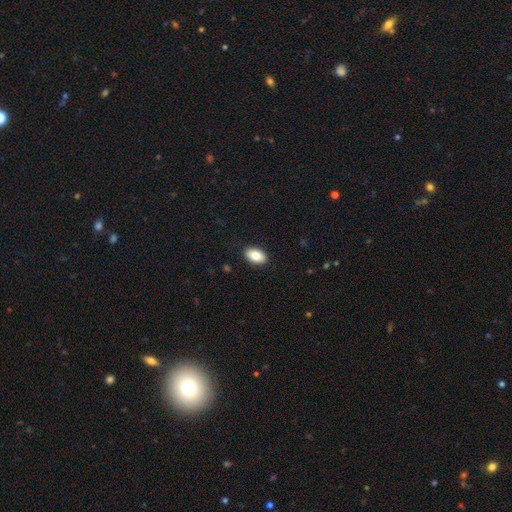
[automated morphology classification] Smooth or featured?
  - smooth: 83% *
  - featured or disk: 10%
  - star or artifact: 7%
How rounded?
  - in between: 93% *
  - round: 6%
  - cigar-shaped: 2%
Merging?
  - none: 89% *
  - minor disturbance: 8%
  - major disturbance: 2%
  - merger: 1%